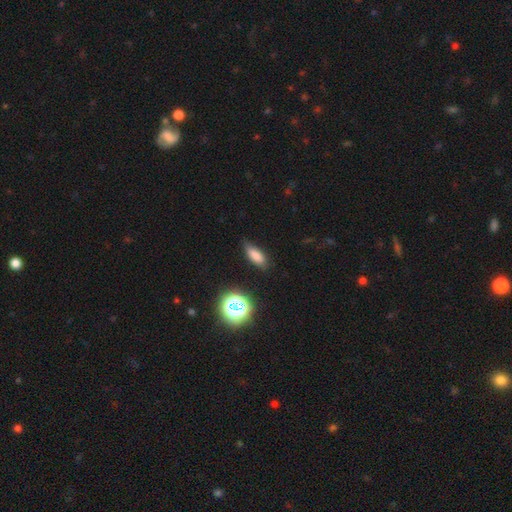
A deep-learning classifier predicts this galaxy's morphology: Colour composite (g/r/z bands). It shows a smooth galaxy with no disk features (75%) that is in between round and cigar-shaped (70%). Merging: none (74%).